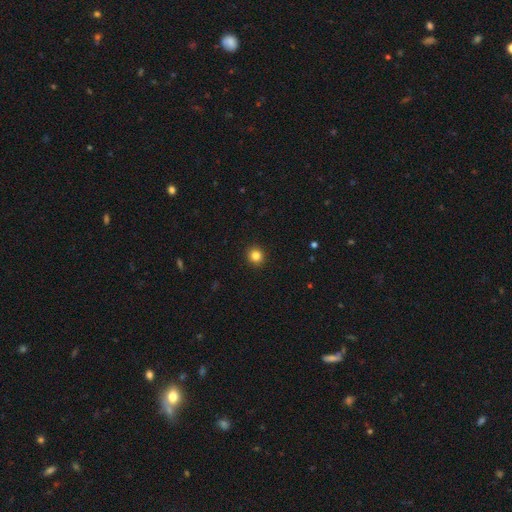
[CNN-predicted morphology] Q: Smooth or featured?
A: smooth (83%); runner-up: star or artifact (11%)
Q: How rounded?
A: round (90%); runner-up: in between (9%)
Q: Merging?
A: none (93%); runner-up: minor disturbance (5%)